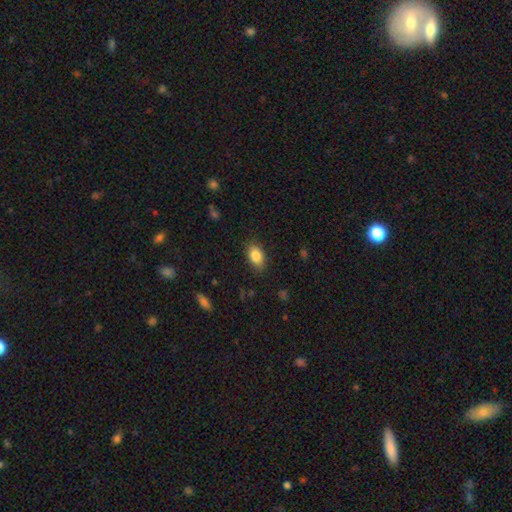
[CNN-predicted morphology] smooth 85%, star or artifact 8%, featured or disk 7%. Down the decision tree: how rounded — in between (88%); merging — none (86%).